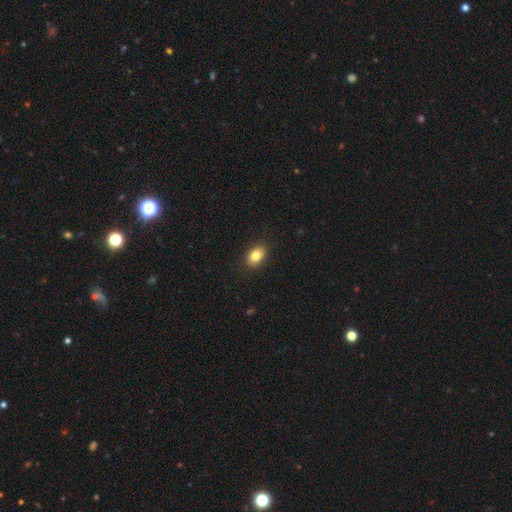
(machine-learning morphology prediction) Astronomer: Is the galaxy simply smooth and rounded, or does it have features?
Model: smooth — 82%.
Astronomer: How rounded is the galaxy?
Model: in between — 82%.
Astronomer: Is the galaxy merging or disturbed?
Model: none — 88%.